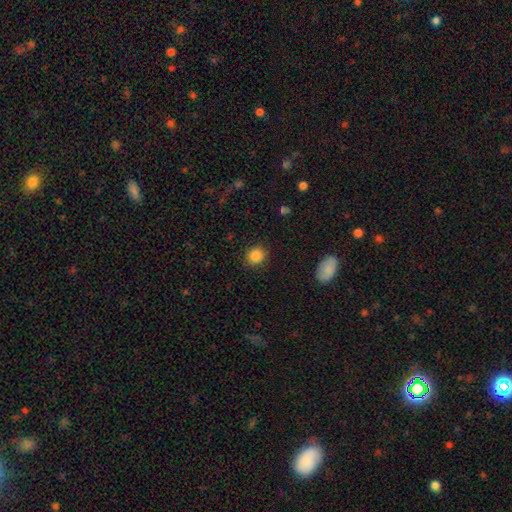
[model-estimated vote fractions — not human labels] A smooth galaxy with no disk features (85%) that is round (78%). Merging: none (88%).